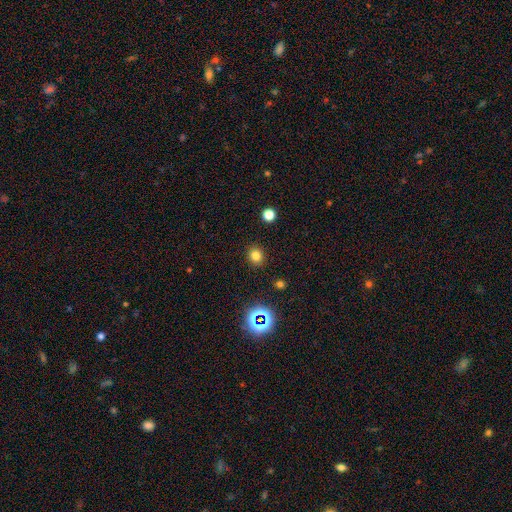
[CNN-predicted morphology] A smooth galaxy with no disk features (78%) that is round (78%). Merging: none (90%).